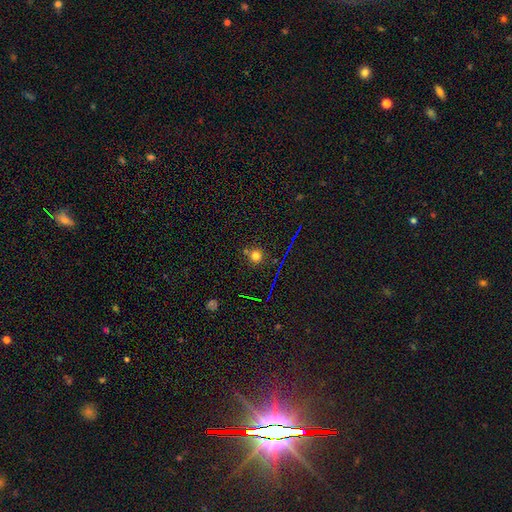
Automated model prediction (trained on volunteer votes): This appears to be a smooth galaxy with no disk features (69%) that is round (92%). Merging: none (73%).